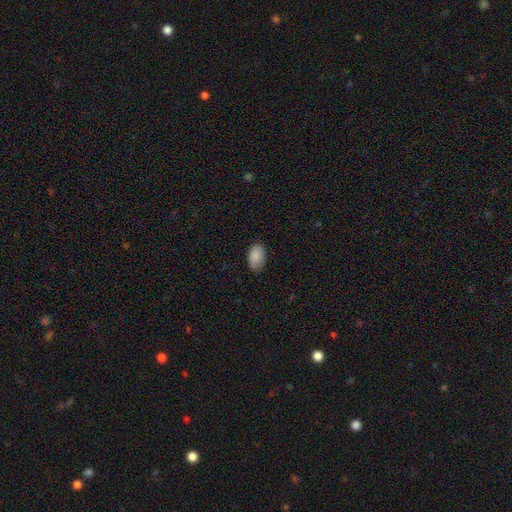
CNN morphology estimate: A smooth galaxy with no disk features (89%) that is in between round and cigar-shaped (93%).

Vote fractions:
- Smooth or featured? smooth: 89% / star or artifact: 7% / featured or disk: 5%
- How rounded? in between: 93% / round: 6% / cigar-shaped: 1%
- Merging? none: 82% / minor disturbance: 15% / major disturbance: 3% / merger: 1%